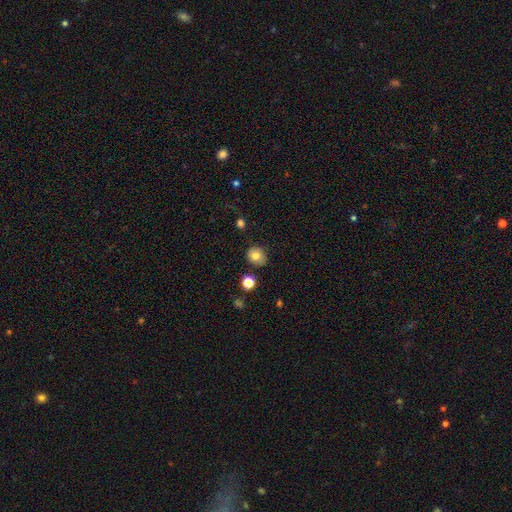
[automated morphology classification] Smooth or featured: smooth — 78% (star or artifact — 11%)
How rounded: round — 76% (in between — 23%)
Merging: none — 83% (minor disturbance — 12%)